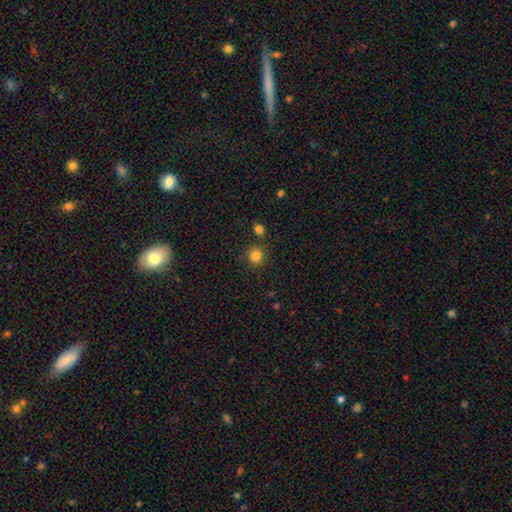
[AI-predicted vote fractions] Smooth or featured: smooth — 83% (star or artifact — 13%)
How rounded: round — 91% (in between — 8%)
Merging: none — 84% (minor disturbance — 7%)